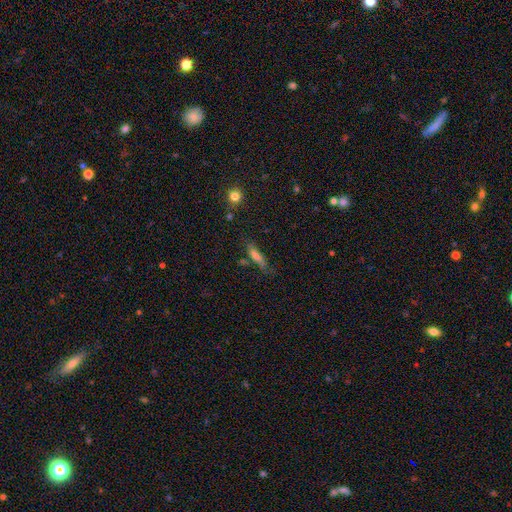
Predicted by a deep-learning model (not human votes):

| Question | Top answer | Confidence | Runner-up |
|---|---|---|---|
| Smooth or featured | smooth | 69% | featured or disk (21%) |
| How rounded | cigar-shaped | 76% | in between (22%) |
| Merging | none | 61% | minor disturbance (23%) |